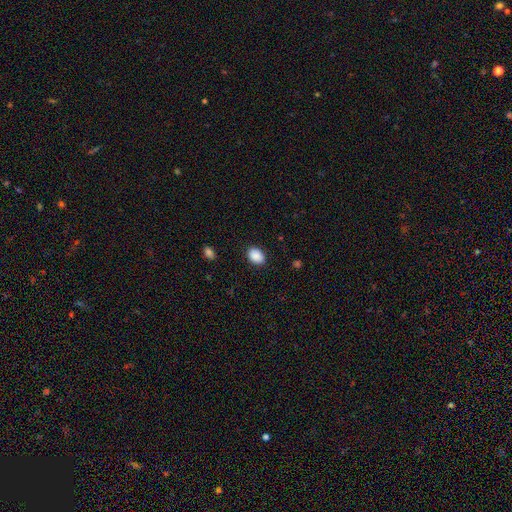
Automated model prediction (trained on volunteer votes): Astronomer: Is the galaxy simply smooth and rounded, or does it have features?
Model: smooth — 90%.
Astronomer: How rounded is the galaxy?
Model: in between — 77%.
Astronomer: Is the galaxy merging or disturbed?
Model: none — 88%.